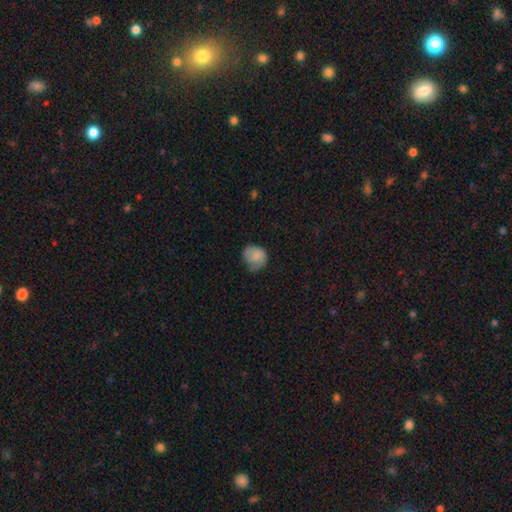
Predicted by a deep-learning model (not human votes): smooth 75%, featured or disk 18%, star or artifact 8%. Down the decision tree: how rounded — round (69%); merging — none (49%).